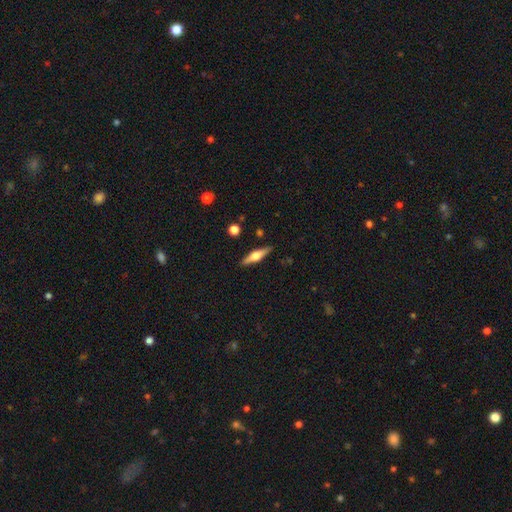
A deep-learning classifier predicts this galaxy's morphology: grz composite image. It shows a featured or disk galaxy (60%) viewed edge-on (96%) with a rounded central bulge (91%). Merging: none (89%).